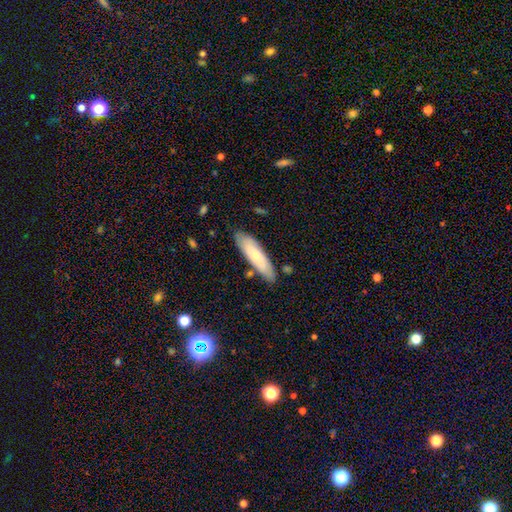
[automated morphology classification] Smooth or featured?
  - smooth: 68% *
  - featured or disk: 26%
  - star or artifact: 6%
How rounded?
  - cigar-shaped: 65% *
  - in between: 34%
  - round: 1%
Merging?
  - none: 80% *
  - minor disturbance: 14%
  - merger: 3%
  - major disturbance: 2%